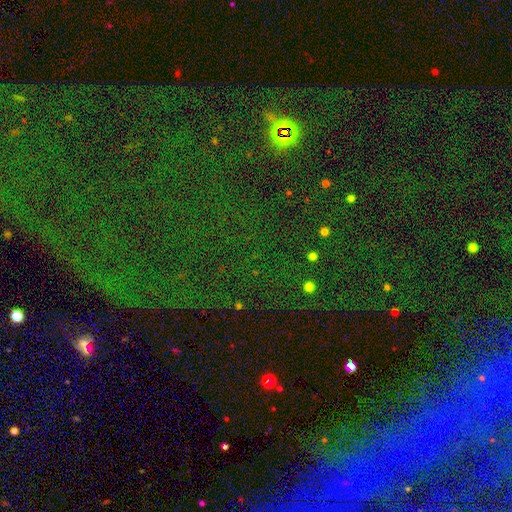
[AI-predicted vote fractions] This is clearly a star or artifact rather than a galaxy (81%).